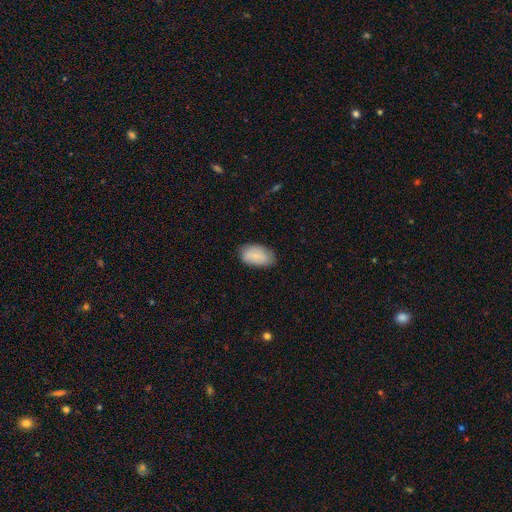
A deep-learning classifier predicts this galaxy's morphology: Smooth or featured?
  - smooth: 82% *
  - featured or disk: 11%
  - star or artifact: 6%
How rounded?
  - in between: 93% *
  - round: 5%
  - cigar-shaped: 2%
Merging?
  - none: 73% *
  - minor disturbance: 22%
  - major disturbance: 4%
  - merger: 1%